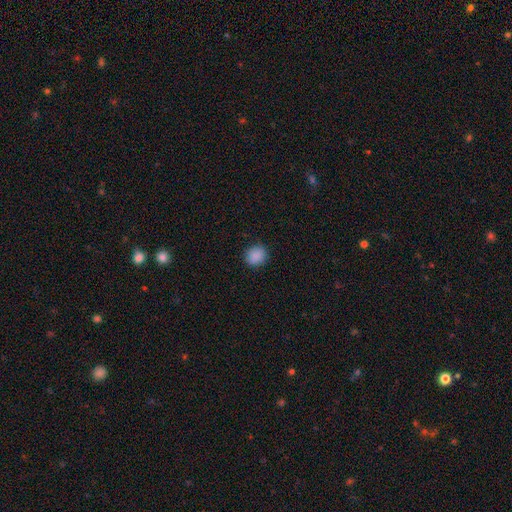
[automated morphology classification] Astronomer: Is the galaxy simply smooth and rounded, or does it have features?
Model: smooth — 88%.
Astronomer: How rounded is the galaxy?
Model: round — 79%.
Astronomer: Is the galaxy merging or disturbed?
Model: none — 88%.